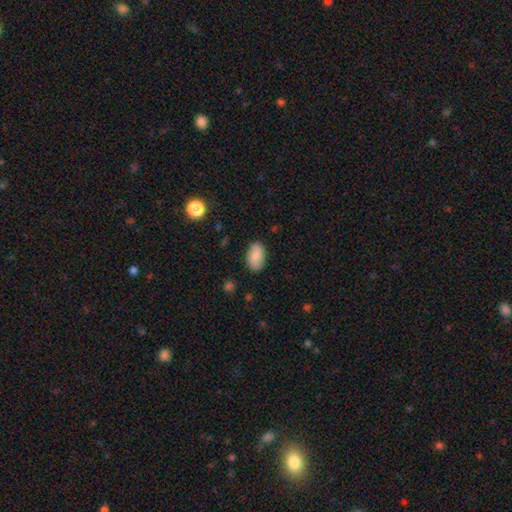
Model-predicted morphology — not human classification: This is clearly a smooth galaxy (82%). How rounded: clearly in between (92%). Merging: clearly none (83%).